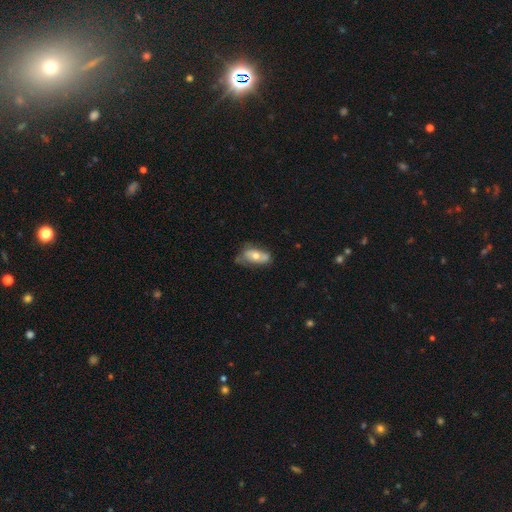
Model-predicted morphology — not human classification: smooth-or-featured: smooth: 53% | featured or disk: 40% | star or artifact: 7%
  how-rounded: in between: 86% | cigar-shaped: 9% | round: 5%
  merging: none: 51% | minor disturbance: 34% | major disturbance: 11% | merger: 4%